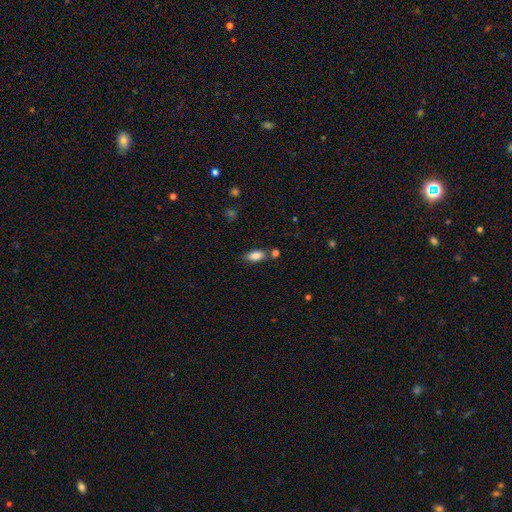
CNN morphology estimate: This is clearly a smooth galaxy (84%). How rounded: clearly in between (85%). Merging: likely none (72%).